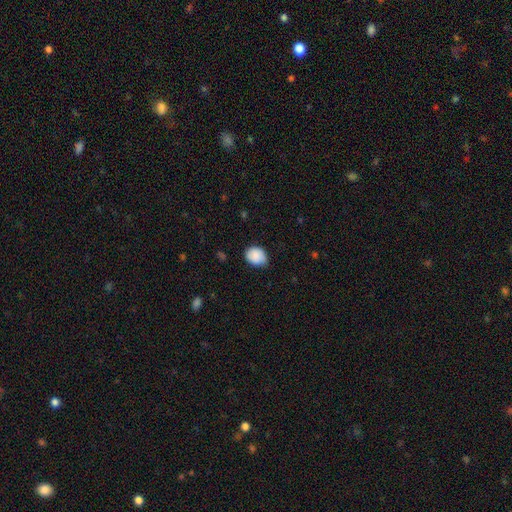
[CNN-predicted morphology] smooth-or-featured: smooth: 86% | star or artifact: 7% | featured or disk: 7%
  how-rounded: in between: 54% | round: 45% | cigar-shaped: 1%
  merging: none: 67% | minor disturbance: 28% | major disturbance: 4% | merger: 1%